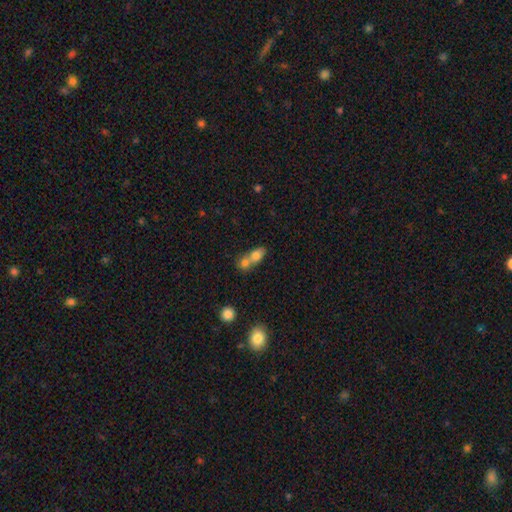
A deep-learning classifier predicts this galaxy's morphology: smooth_or_featured: smooth (p=0.76) [alt: featured or disk p=0.15]
how_rounded: in between (p=0.65) [alt: round p=0.32]
merging: merger (p=0.71) [alt: none p=0.20]